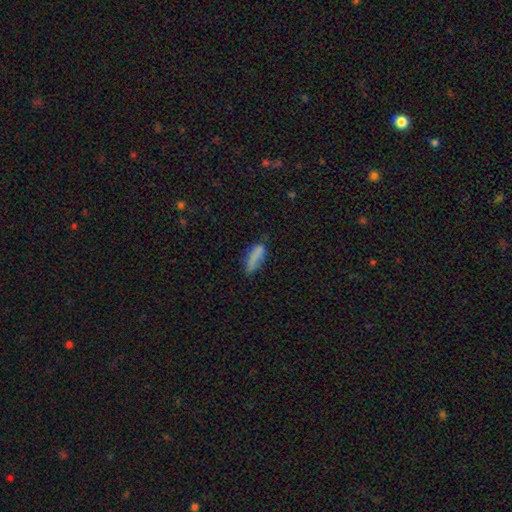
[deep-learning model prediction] smooth-or-featured: smooth: 78% | featured or disk: 13% | star or artifact: 9%
  how-rounded: in between: 55% | cigar-shaped: 42% | round: 3%
  merging: none: 53% | minor disturbance: 29% | major disturbance: 12% | merger: 7%